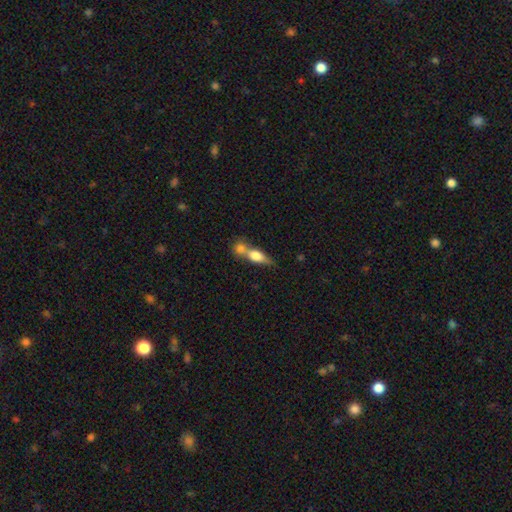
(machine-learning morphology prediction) Smooth or featured: smooth — 59% (featured or disk — 33%)
How rounded: in between — 56% (cigar-shaped — 32%)
Merging: merger — 57% (none — 30%)